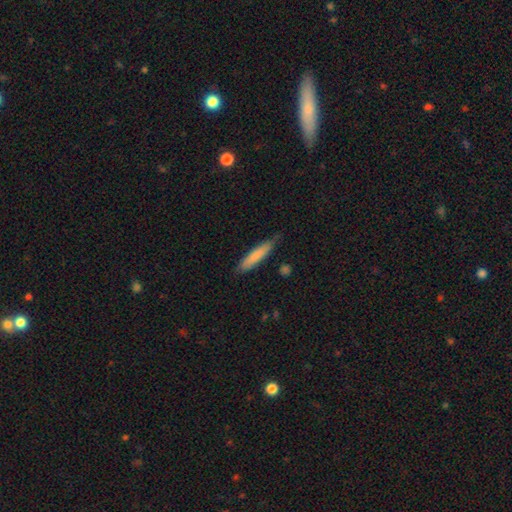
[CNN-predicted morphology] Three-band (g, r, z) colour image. It shows a smooth galaxy with no disk features (76%) that is cigar-shaped (88%). Merging: none (78%).